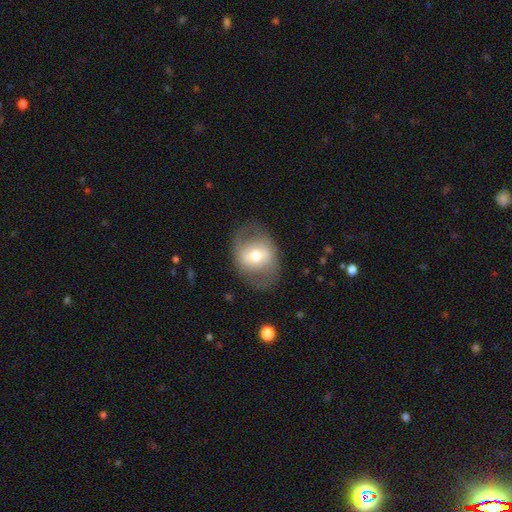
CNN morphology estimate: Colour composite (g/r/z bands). It shows a featured or disk galaxy (50%). Merging: none (75%).